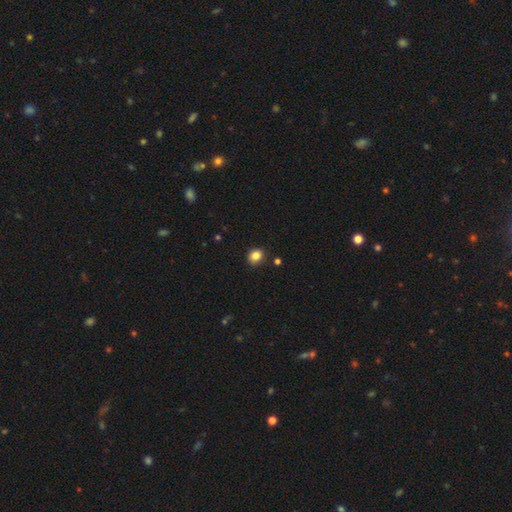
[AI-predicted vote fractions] Q: Smooth or featured?
A: smooth (84%); runner-up: star or artifact (11%)
Q: How rounded?
A: round (73%); runner-up: in between (26%)
Q: Merging?
A: none (88%); runner-up: minor disturbance (8%)